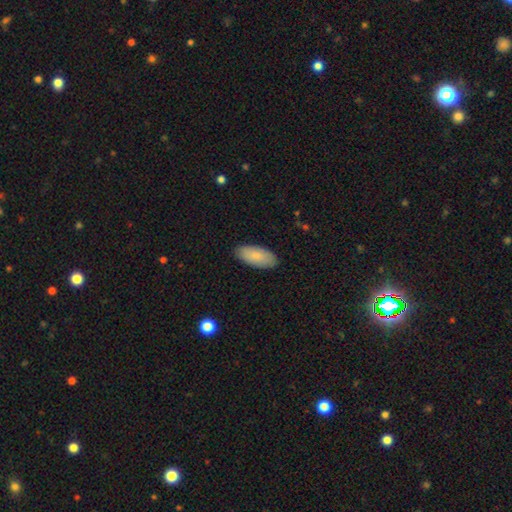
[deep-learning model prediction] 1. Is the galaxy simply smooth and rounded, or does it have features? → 83% smooth, 11% featured or disk, 6% star or artifact.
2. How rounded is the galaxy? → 91% in between, 7% cigar-shaped, 2% round.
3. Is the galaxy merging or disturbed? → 88% none, 9% minor disturbance, 2% major disturbance, 1% merger.